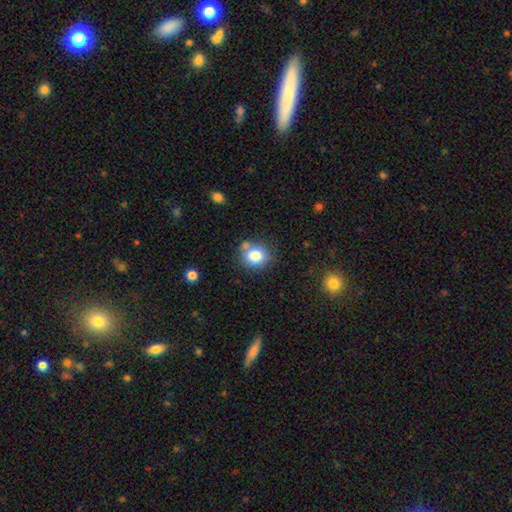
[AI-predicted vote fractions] A smooth galaxy with no disk features (81%) that is round (74%).

Vote fractions:
- Smooth or featured? smooth: 81% / star or artifact: 10% / featured or disk: 9%
- How rounded? round: 74% / in between: 25% / cigar-shaped: 1%
- Merging? none: 62% / minor disturbance: 19% / merger: 14% / major disturbance: 5%